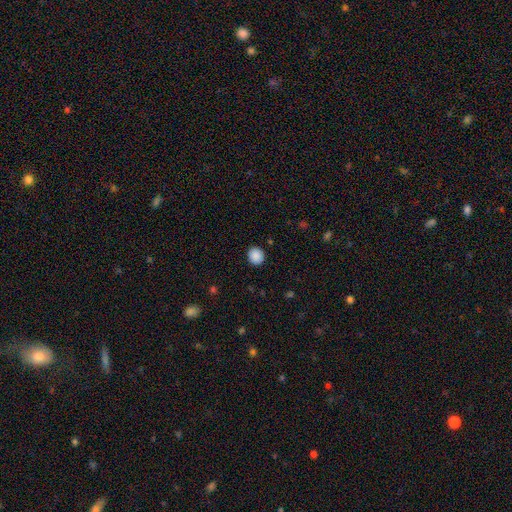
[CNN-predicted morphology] Smooth or featured? smooth (89%)
How rounded? round (82%)
Merging? none (90%)